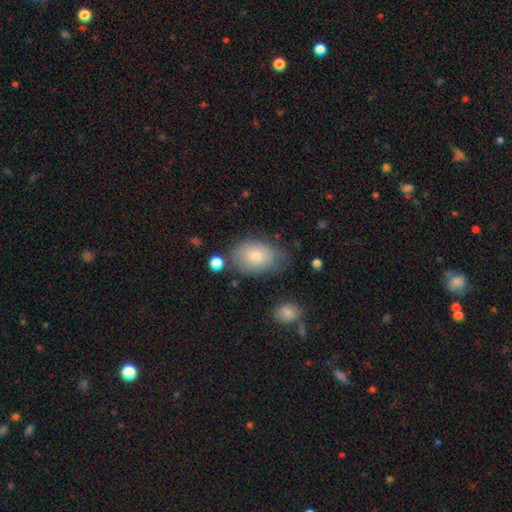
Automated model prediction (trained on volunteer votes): Smooth or featured: smooth — 76% (featured or disk — 16%)
How rounded: in between — 78% (round — 21%)
Merging: none — 59% (minor disturbance — 28%)